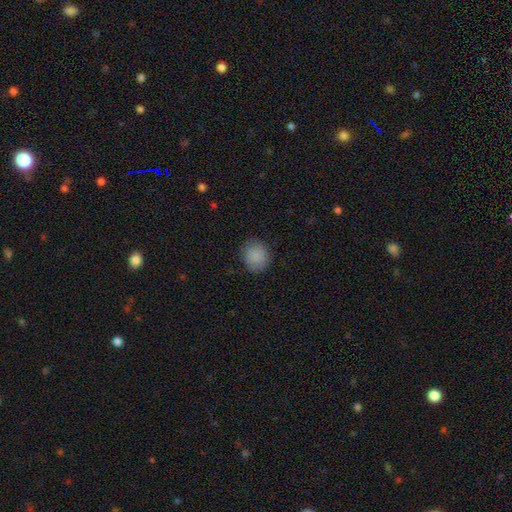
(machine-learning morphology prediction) Q: Smooth or featured?
A: smooth (87%); runner-up: star or artifact (8%)
Q: How rounded?
A: round (78%); runner-up: in between (21%)
Q: Merging?
A: none (84%); runner-up: minor disturbance (12%)